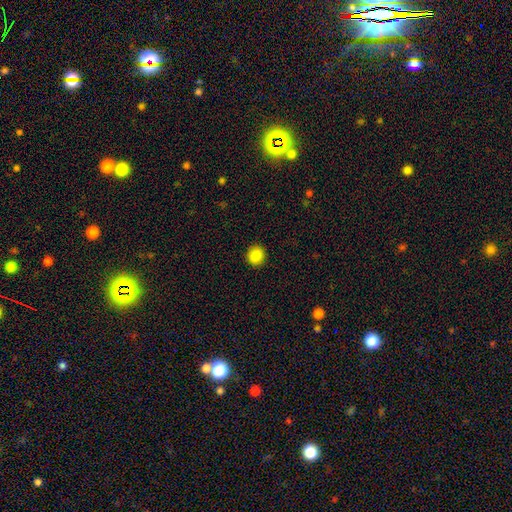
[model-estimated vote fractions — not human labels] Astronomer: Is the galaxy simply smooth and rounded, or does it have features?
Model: smooth — 87%.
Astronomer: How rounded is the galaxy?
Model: round — 84%.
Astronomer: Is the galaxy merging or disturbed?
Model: none — 92%.